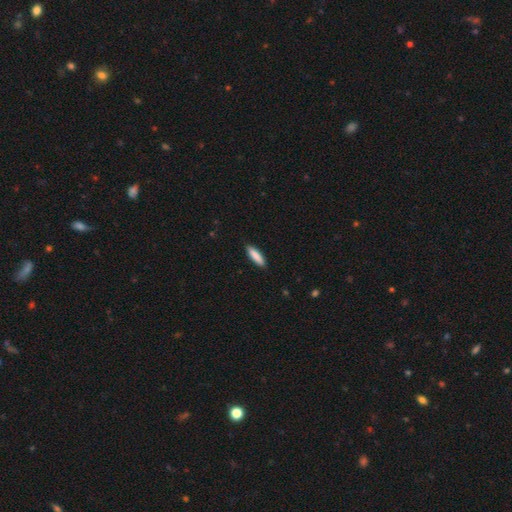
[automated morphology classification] A smooth galaxy with no disk features (86%) that is cigar-shaped (70%).

Vote fractions:
- Smooth or featured? smooth: 86% / featured or disk: 8% / star or artifact: 6%
- How rounded? cigar-shaped: 70% / in between: 29% / round: 1%
- Merging? none: 89% / minor disturbance: 8% / major disturbance: 2% / merger: 1%